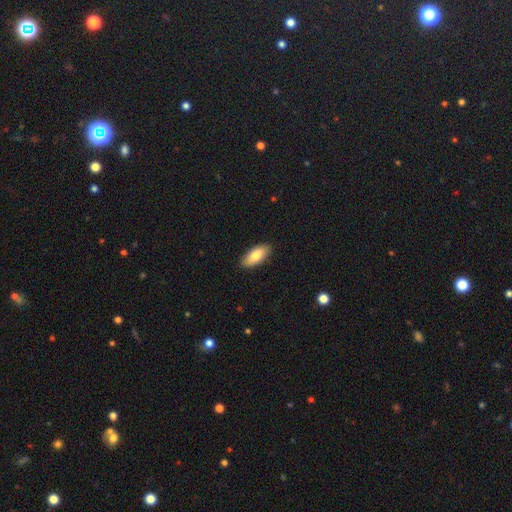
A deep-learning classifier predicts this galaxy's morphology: type=smooth (79%); roundness=in between (86%); merging=none (89%).